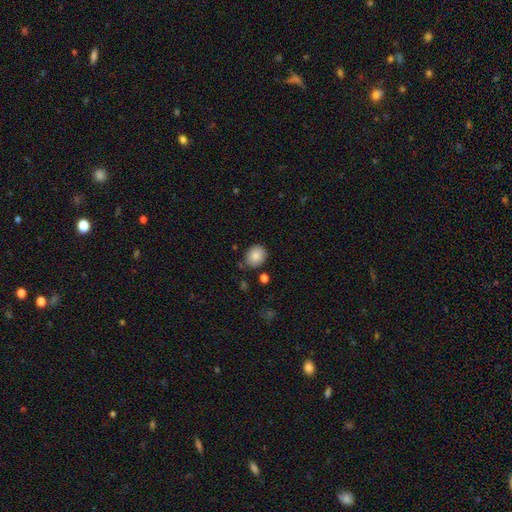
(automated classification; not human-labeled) Smooth or featured? smooth (85%)
How rounded? round (61%)
Merging? none (79%)